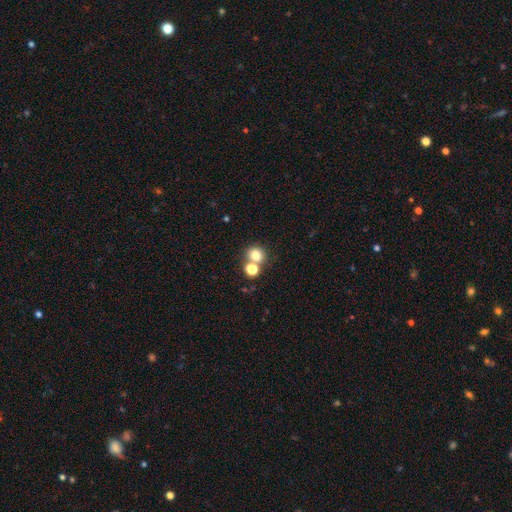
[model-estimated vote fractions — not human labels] This is likely a smooth galaxy (77%). How rounded: clearly round (81%). Merging: possibly none (56%).